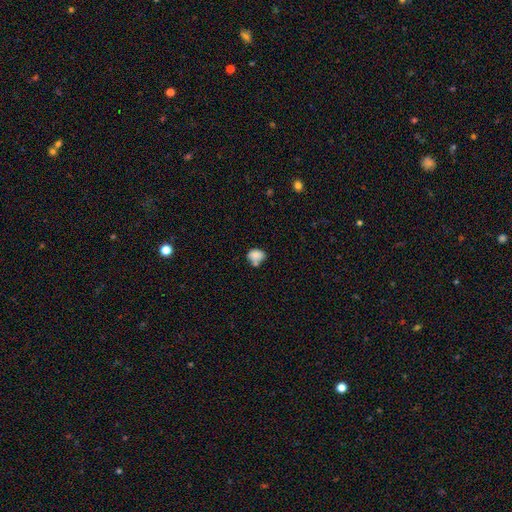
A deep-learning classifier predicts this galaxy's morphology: Smooth or featured? Predicted: smooth (p=0.82). How rounded? Predicted: in between (p=0.59). Merging? Predicted: none (p=0.45).